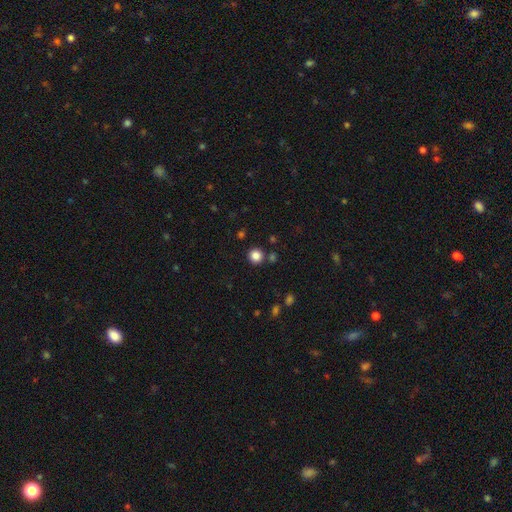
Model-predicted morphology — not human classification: Smooth or featured? smooth (84%)
How rounded? round (93%)
Merging? none (86%)